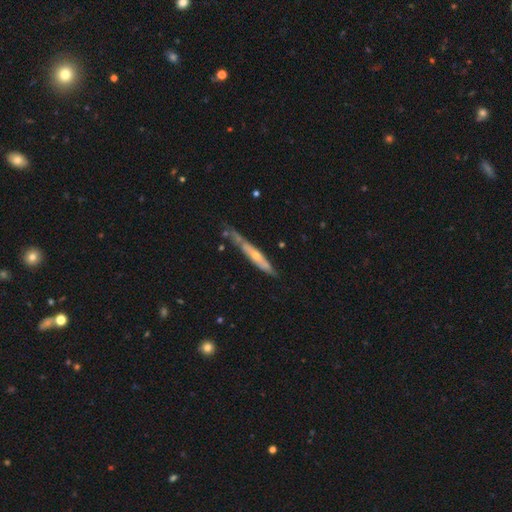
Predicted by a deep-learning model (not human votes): Smooth or featured? Predicted: featured or disk (p=0.60). Edge-on disk? Predicted: yes (p=0.82). Merging? Predicted: none (p=0.62).